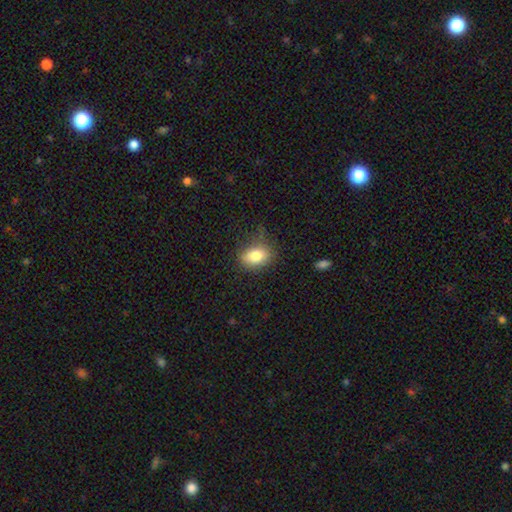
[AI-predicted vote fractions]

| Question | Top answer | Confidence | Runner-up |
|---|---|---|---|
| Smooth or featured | smooth | 80% | featured or disk (10%) |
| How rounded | in between | 76% | round (22%) |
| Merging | none | 71% | minor disturbance (21%) |